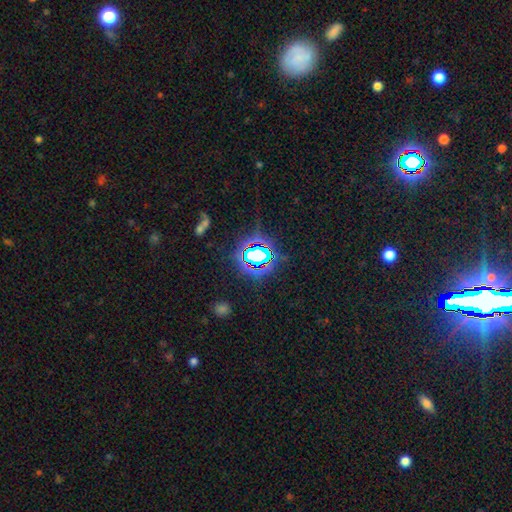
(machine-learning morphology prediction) smooth-or-featured: star or artifact: 72% | smooth: 17% | featured or disk: 12%